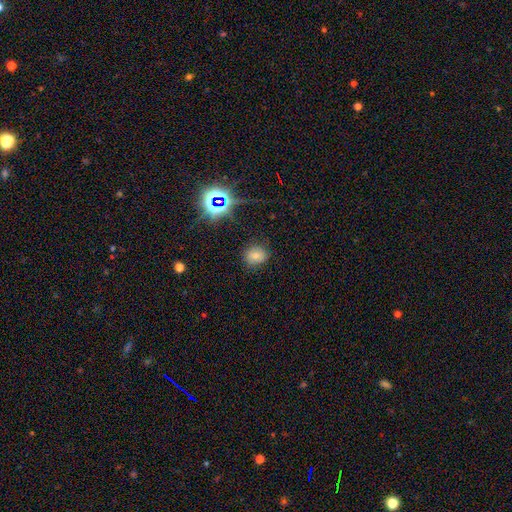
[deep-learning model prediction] smooth-or-featured: smooth: 64% | star or artifact: 22% | featured or disk: 14%
  how-rounded: round: 77% | in between: 22% | cigar-shaped: 1%
  merging: none: 81% | minor disturbance: 14% | major disturbance: 4% | merger: 2%